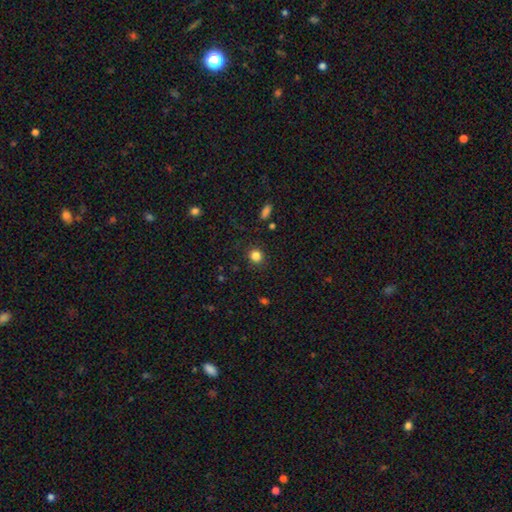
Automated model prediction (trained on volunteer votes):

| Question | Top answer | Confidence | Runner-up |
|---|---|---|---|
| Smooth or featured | smooth | 83% | star or artifact (12%) |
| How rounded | round | 88% | in between (11%) |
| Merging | none | 89% | minor disturbance (7%) |